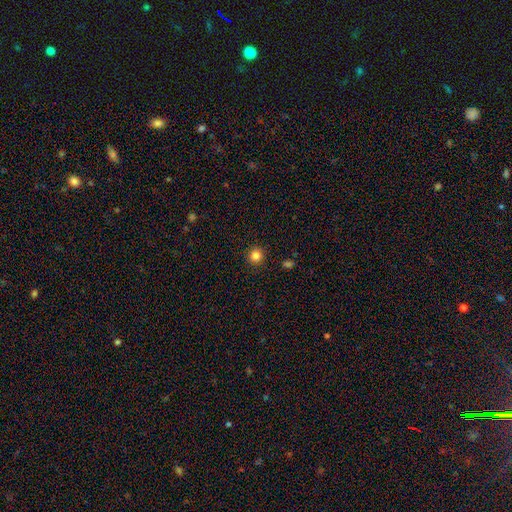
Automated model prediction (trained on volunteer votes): Morphology: type=smooth (84%); roundness=round (94%); merging=none (92%).